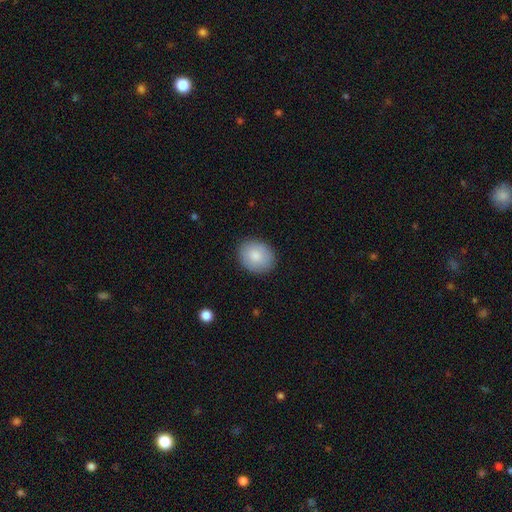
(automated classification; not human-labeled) smooth 82%, featured or disk 11%, star or artifact 6%. Down the decision tree: how rounded — round (52%); merging — none (87%).